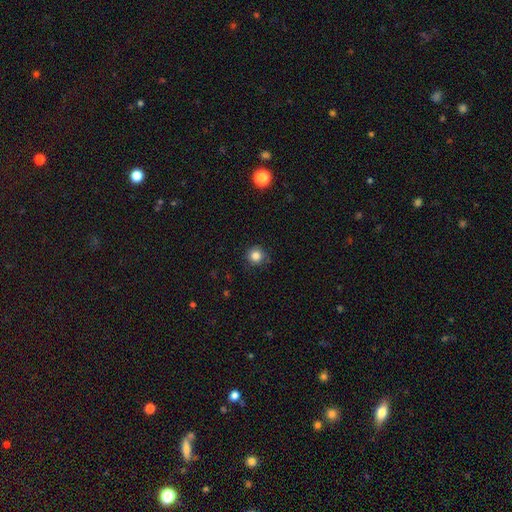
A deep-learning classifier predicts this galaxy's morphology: Smooth or featured? Predicted: smooth (p=0.84). How rounded? Predicted: round (p=0.94). Merging? Predicted: none (p=0.86).